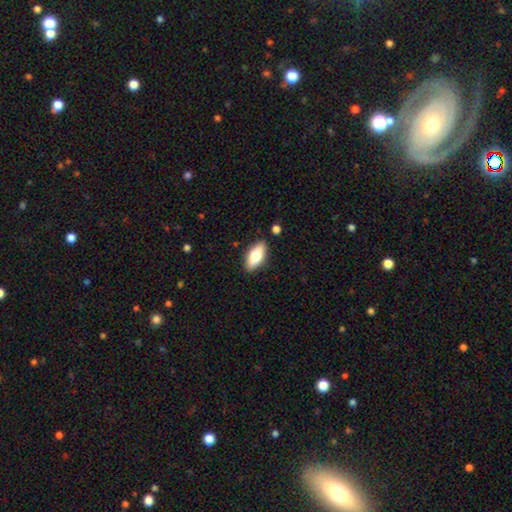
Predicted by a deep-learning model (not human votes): The model was most divided on "smooth or featured": smooth: 73%, featured or disk: 21%, star or artifact: 7%. More confident: merging — none (87%); how rounded — in between (85%).